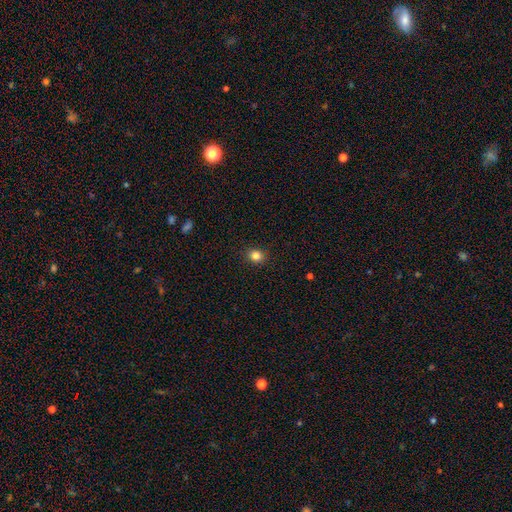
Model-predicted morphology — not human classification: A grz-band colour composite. It shows a smooth galaxy with no disk features (83%) that is round (71%). Merging: none (90%).